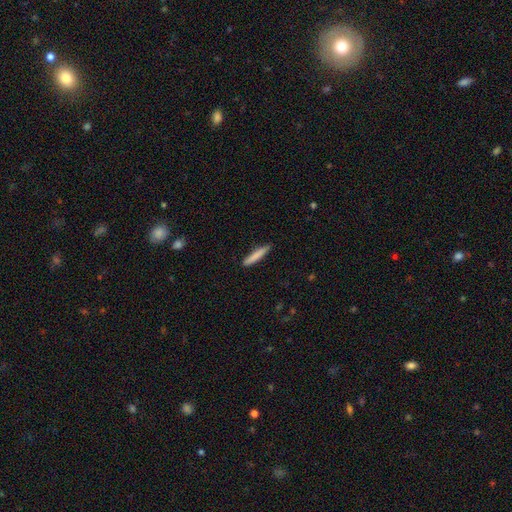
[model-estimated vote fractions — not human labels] The model was most divided on "smooth or featured": smooth: 81%, featured or disk: 13%, star or artifact: 6%. More confident: how rounded — cigar-shaped (93%); merging — none (88%).